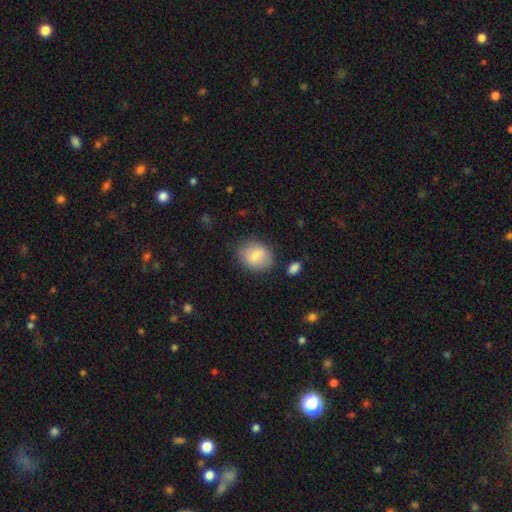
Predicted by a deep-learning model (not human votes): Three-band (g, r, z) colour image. It shows a smooth galaxy with no disk features (77%) that is in between round and cigar-shaped (51%). Merging: none (76%).